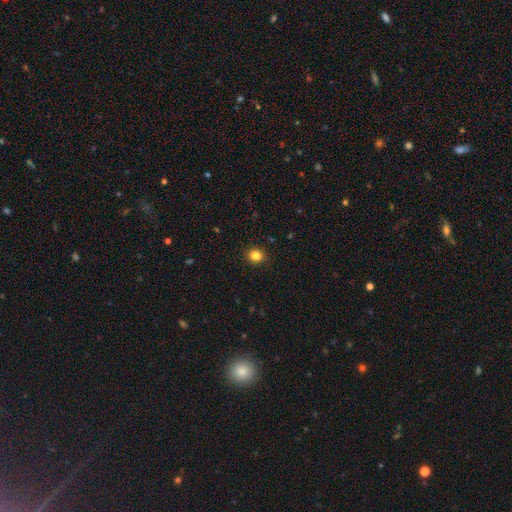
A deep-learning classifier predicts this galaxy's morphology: This appears to be a smooth galaxy with no disk features (84%) that is round (71%). Merging: none (91%).